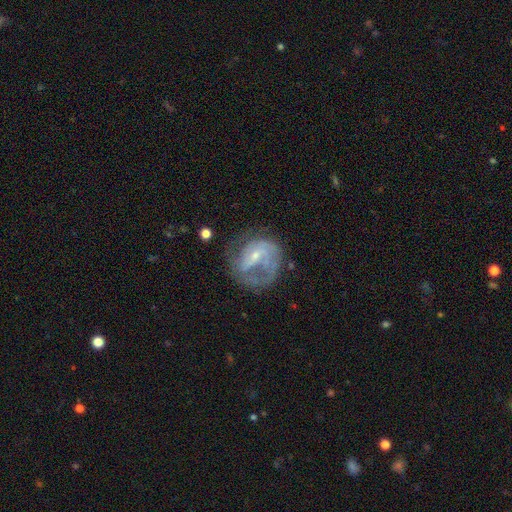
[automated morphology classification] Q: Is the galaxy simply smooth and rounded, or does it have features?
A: featured or disk — 76%.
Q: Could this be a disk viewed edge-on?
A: no — 98%.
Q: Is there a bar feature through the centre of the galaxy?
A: no — 44%.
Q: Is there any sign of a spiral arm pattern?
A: yes — 80%.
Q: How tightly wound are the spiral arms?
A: medium — 42%.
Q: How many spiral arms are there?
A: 2 — 36%.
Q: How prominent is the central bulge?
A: small — 72%.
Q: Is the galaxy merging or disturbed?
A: none — 45%.